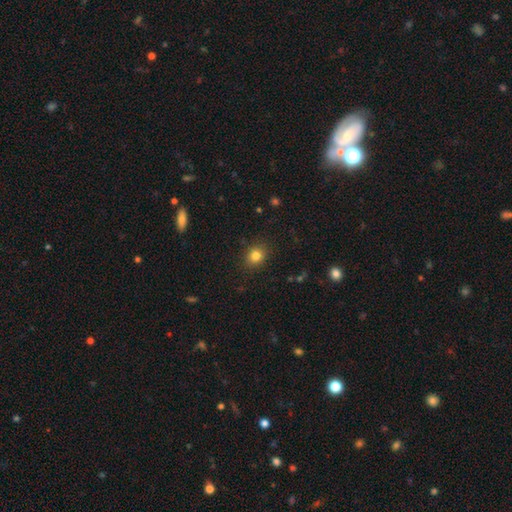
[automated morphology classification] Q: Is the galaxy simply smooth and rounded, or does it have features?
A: smooth — 83%.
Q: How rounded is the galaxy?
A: round — 66%.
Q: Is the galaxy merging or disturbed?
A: none — 88%.